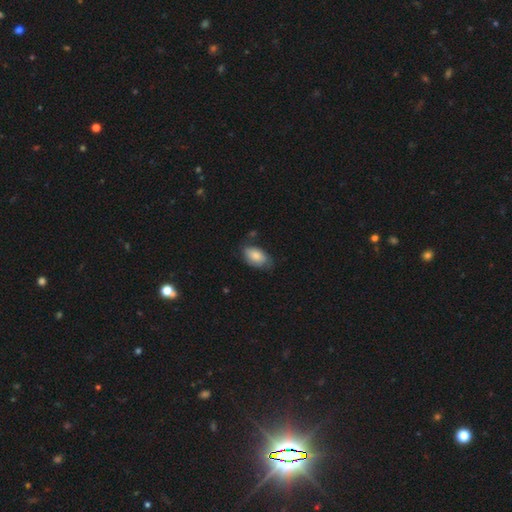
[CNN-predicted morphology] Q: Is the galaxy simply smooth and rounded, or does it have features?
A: smooth — 79%.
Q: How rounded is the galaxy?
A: in between — 93%.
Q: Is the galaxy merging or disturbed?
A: none — 59%.